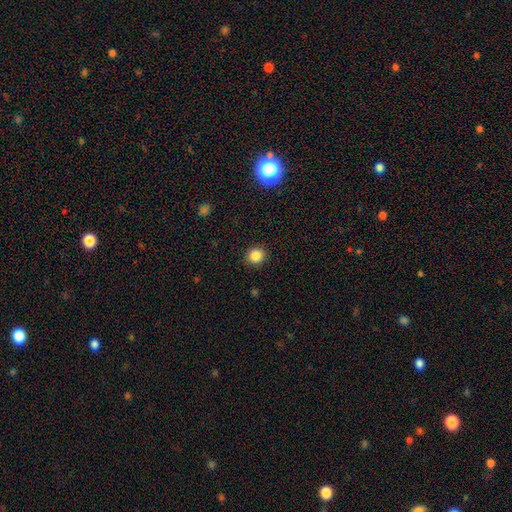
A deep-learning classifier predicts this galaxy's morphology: This is clearly a smooth galaxy (85%). How rounded: clearly round (92%). Merging: clearly none (92%).